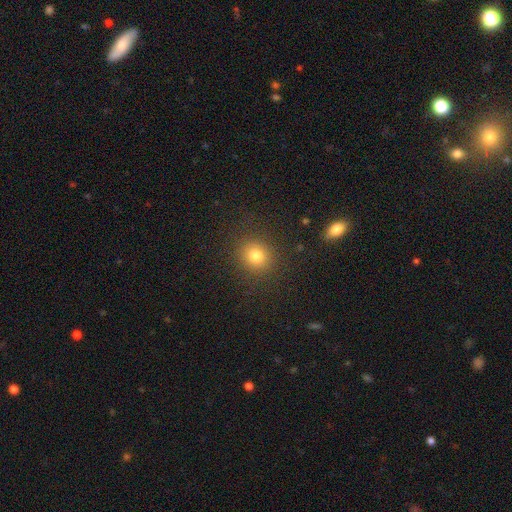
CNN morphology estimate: This is likely a smooth galaxy (79%). How rounded: clearly round (83%). Merging: clearly none (88%).